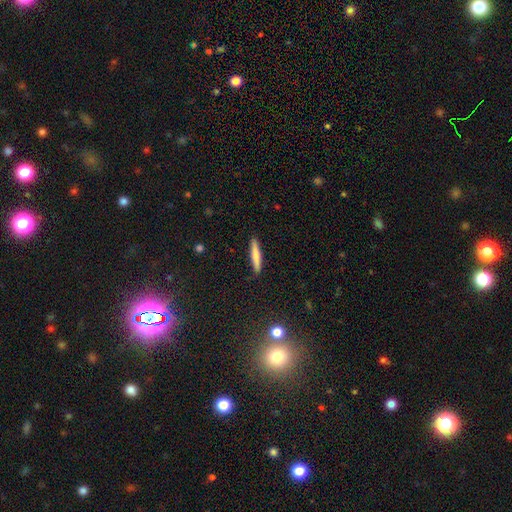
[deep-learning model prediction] smooth_or_featured: smooth (p=0.72) [alt: featured or disk p=0.22]
how_rounded: cigar-shaped (p=0.92) [alt: in between p=0.06]
merging: none (p=0.90) [alt: minor disturbance p=0.07]